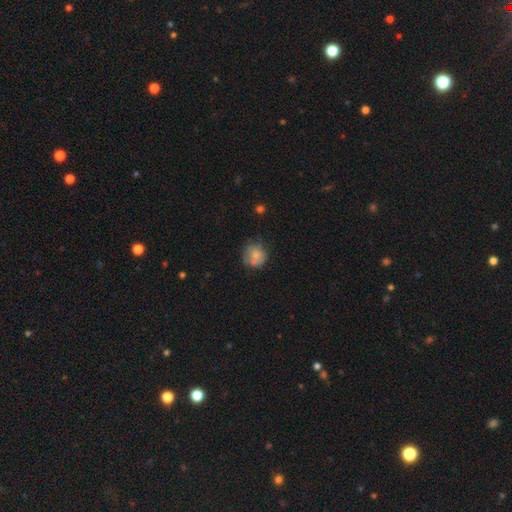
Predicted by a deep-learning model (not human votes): smooth-or-featured: smooth: 68% | featured or disk: 24% | star or artifact: 8%
  how-rounded: round: 84% | in between: 15% | cigar-shaped: 1%
  merging: none: 56% | minor disturbance: 26% | major disturbance: 10% | merger: 8%